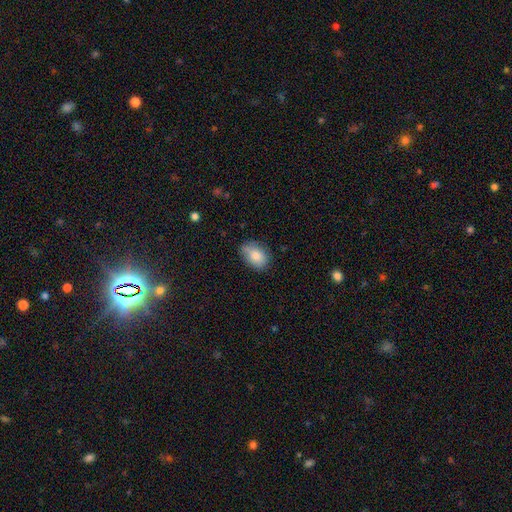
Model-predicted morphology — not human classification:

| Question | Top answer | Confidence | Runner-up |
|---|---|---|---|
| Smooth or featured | smooth | 82% | featured or disk (11%) |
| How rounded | in between | 80% | round (19%) |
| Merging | none | 69% | minor disturbance (24%) |